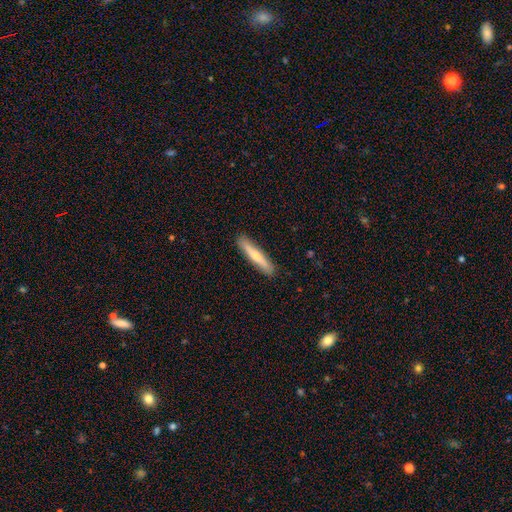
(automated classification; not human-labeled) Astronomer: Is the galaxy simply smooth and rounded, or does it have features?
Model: smooth — 55% (runner-up: featured or disk, 40%).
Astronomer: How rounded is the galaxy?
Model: cigar-shaped — 91%.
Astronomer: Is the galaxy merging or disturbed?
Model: none — 90%.